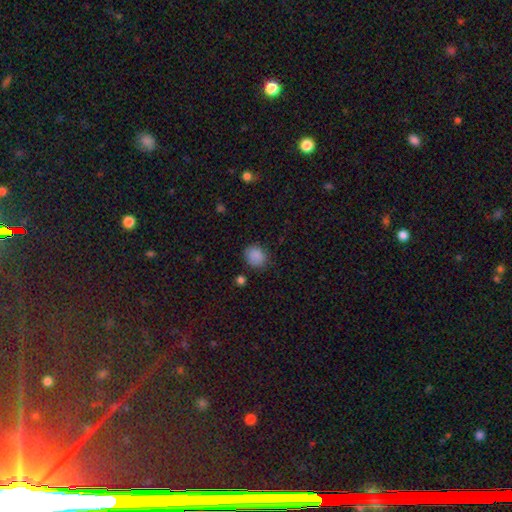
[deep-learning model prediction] This appears to be a smooth galaxy with no disk features (87%) that is round (65%). Merging: none (81%).